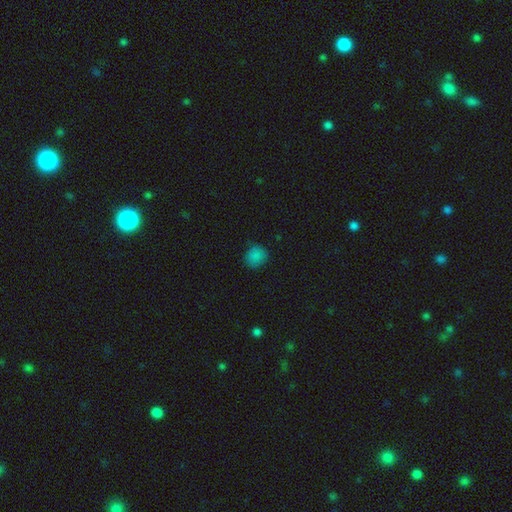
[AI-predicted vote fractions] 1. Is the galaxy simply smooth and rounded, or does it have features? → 82% smooth, 13% star or artifact, 4% featured or disk.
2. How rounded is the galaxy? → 83% round, 16% in between, 1% cigar-shaped.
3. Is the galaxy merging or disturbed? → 81% none, 15% minor disturbance, 3% major disturbance, 1% merger.